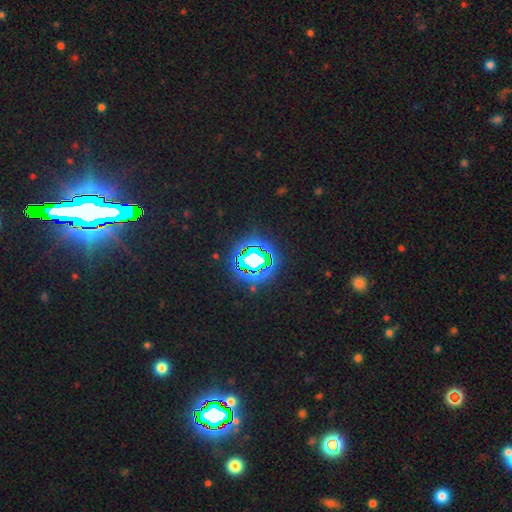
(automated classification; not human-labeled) This appears to be a star or artifact, not a galaxy (74%).